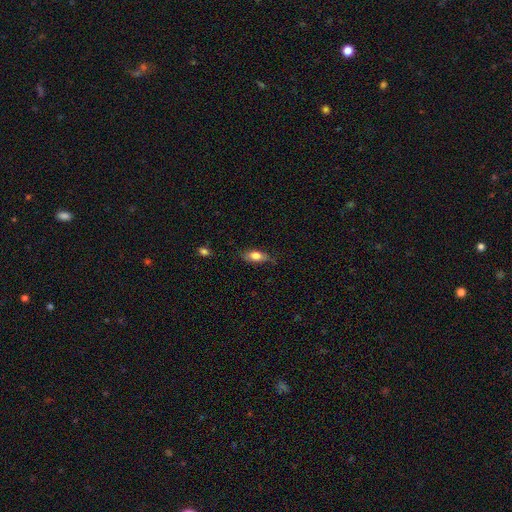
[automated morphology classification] smooth 75%, featured or disk 18%, star or artifact 7%. Down the decision tree: how rounded — in between (78%); merging — none (70%).